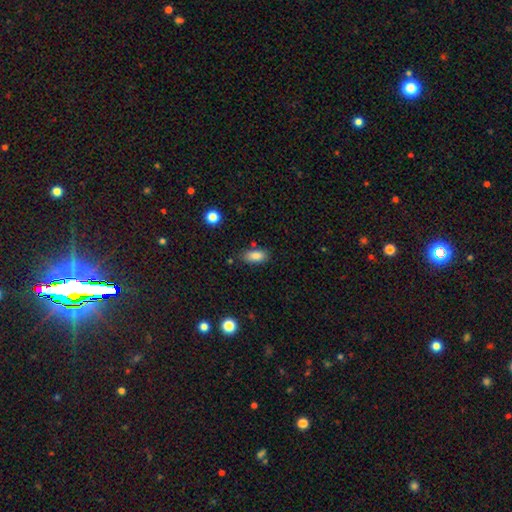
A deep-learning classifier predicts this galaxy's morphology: smooth 85%, star or artifact 9%, featured or disk 6%. Down the decision tree: how rounded — in between (86%); merging — none (75%).